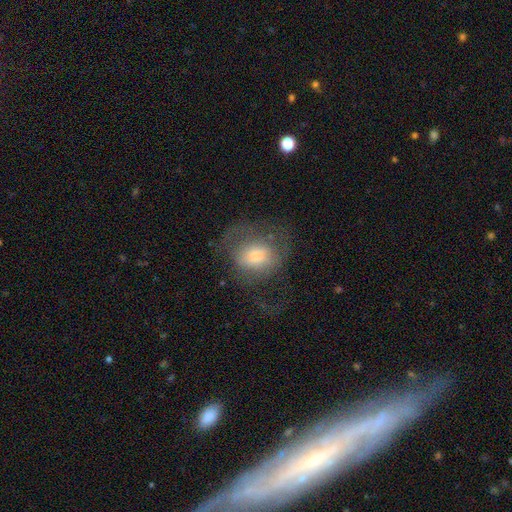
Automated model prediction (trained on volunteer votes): The model was most divided on "merging": none: 39%, major disturbance: 38%, minor disturbance: 21%, merger: 2%. More confident: how rounded — round (54%); smooth or featured — smooth (53%).